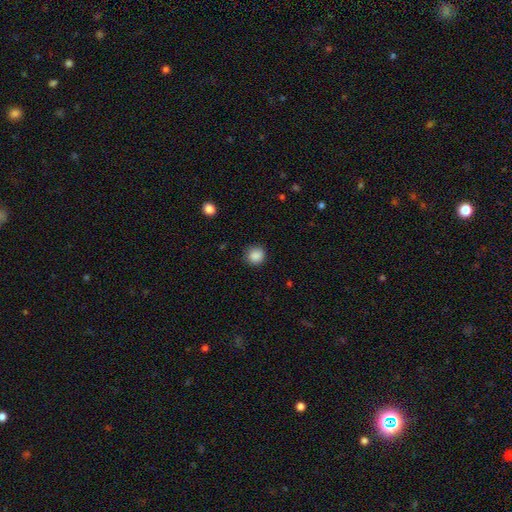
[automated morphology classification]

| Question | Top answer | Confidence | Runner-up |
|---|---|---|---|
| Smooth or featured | smooth | 88% | star or artifact (10%) |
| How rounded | round | 91% | in between (8%) |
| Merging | none | 87% | minor disturbance (9%) |